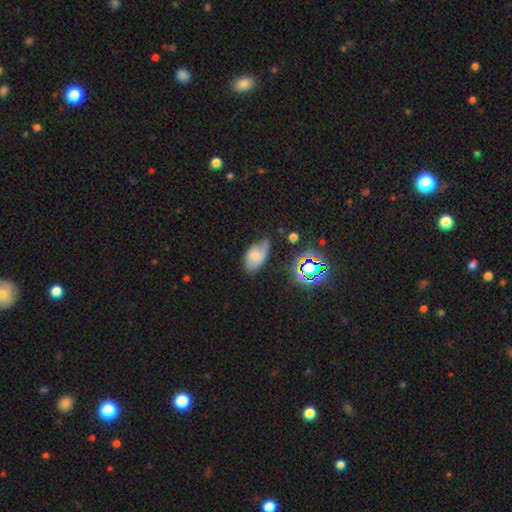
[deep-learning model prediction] The model was most divided on "merging": minor disturbance: 43%, none: 39%, major disturbance: 14%, merger: 3%. More confident: how rounded — in between (90%); smooth or featured — smooth (60%).